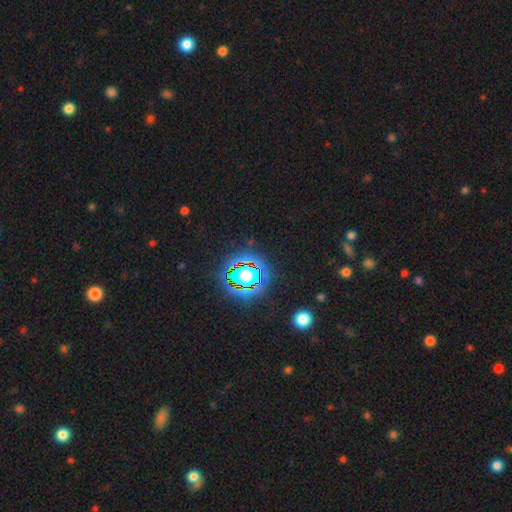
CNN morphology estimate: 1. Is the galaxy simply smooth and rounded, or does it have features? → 85% star or artifact, 9% smooth, 6% featured or disk.